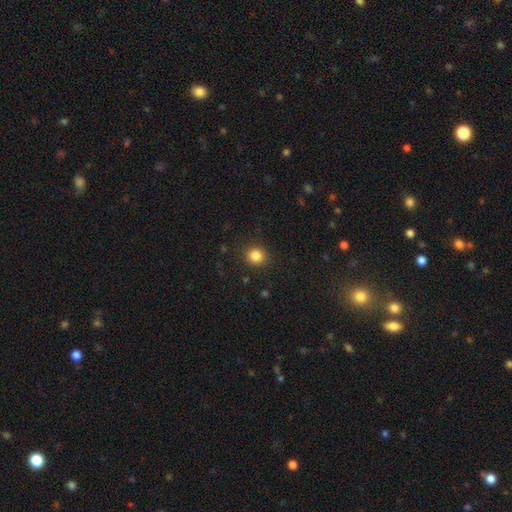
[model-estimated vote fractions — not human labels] Smooth or featured: smooth — 84% (star or artifact — 12%)
How rounded: round — 89% (in between — 10%)
Merging: none — 90% (minor disturbance — 7%)